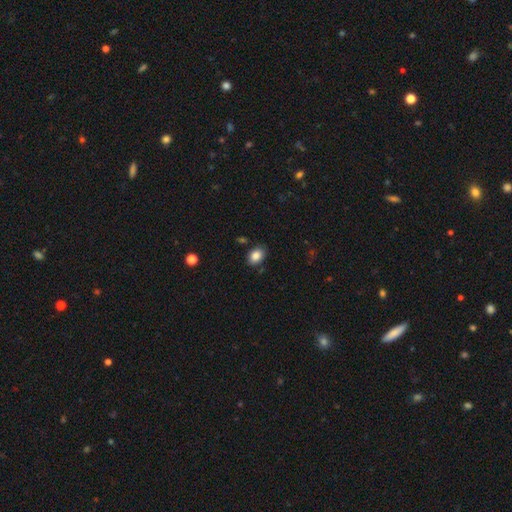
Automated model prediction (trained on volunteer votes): Morphology: type=smooth (86%); roundness=in between (75%); merging=none (82%).